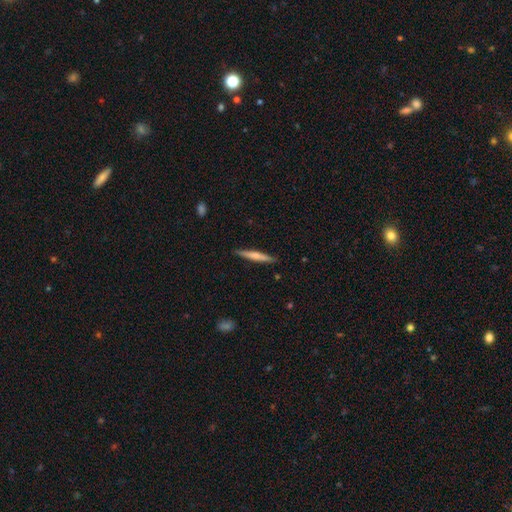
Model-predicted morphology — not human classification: The model was most divided on "smooth or featured": smooth: 55%, featured or disk: 39%, star or artifact: 5%. More confident: how rounded — cigar-shaped (95%); merging — none (89%).